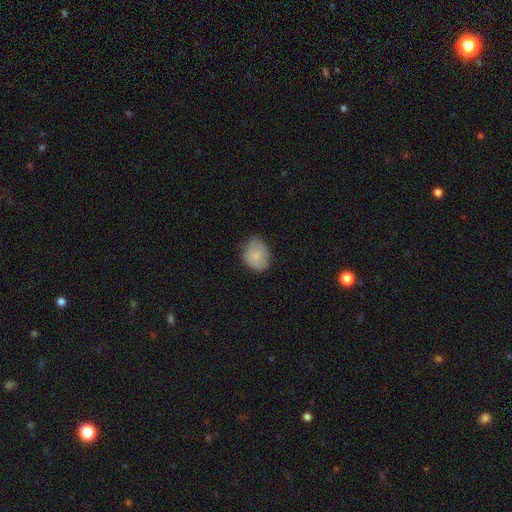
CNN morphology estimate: Smooth or featured?
  - smooth: 79% *
  - featured or disk: 14%
  - star or artifact: 8%
How rounded?
  - in between: 54% *
  - round: 46%
  - cigar-shaped: 1%
Merging?
  - none: 59% *
  - minor disturbance: 32%
  - major disturbance: 7%
  - merger: 1%